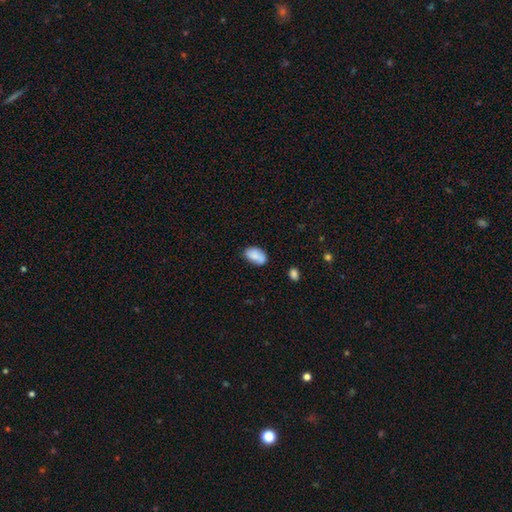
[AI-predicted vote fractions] smooth_or_featured: smooth (p=0.79) [alt: featured or disk p=0.13]
how_rounded: in between (p=0.91) [alt: round p=0.07]
merging: none (p=0.59) [alt: minor disturbance p=0.25]